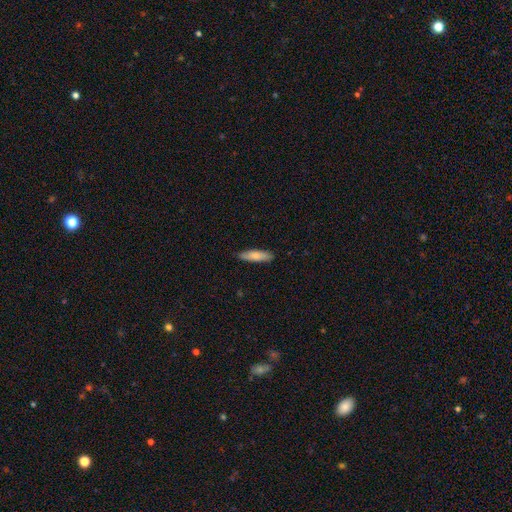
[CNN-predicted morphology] The model was most divided on "how rounded": cigar-shaped: 68%, in between: 30%, round: 2%. More confident: merging — none (88%); smooth or featured — smooth (76%).